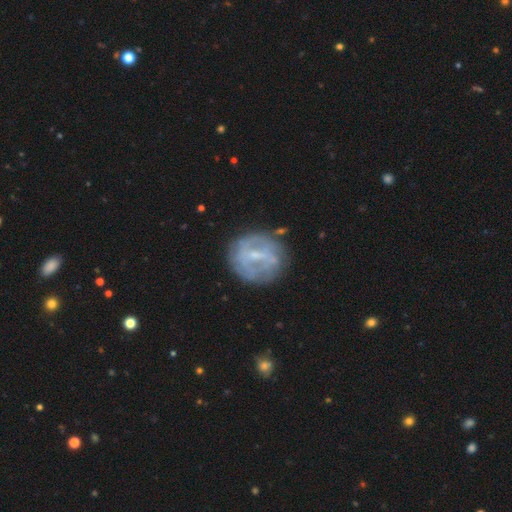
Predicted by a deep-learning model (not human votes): The model was most divided on "spiral arms": yes: 57%, no: 43%. Remaining: edge-on disk — no (96%); merging — none (73%); smooth or featured — featured or disk (69%); bulge size — small (59%); bar — weak (50%).